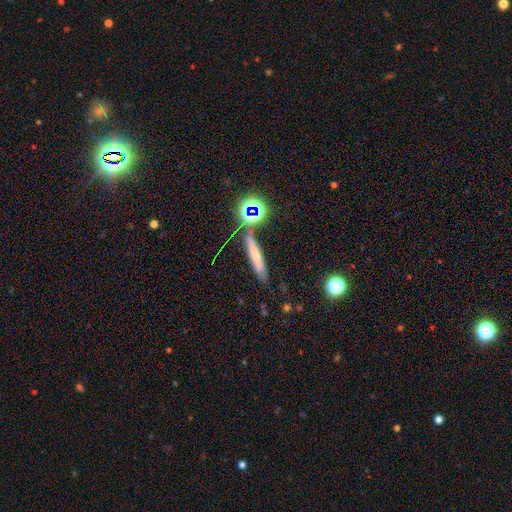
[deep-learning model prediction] Smooth or featured? smooth (57%)
How rounded? cigar-shaped (85%)
Merging? none (74%)